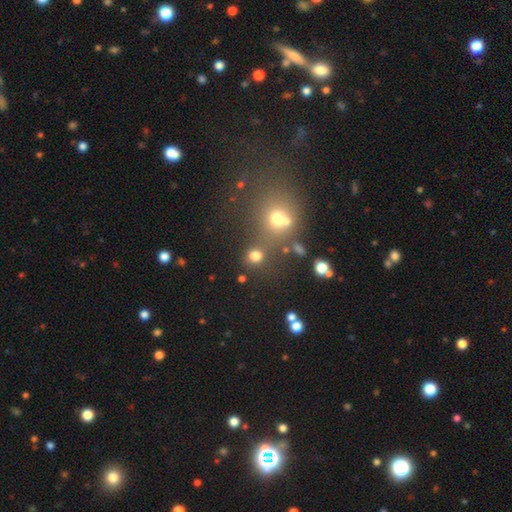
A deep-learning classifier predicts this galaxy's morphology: Overall: smooth (74%). How rounded: round (84%). Merging: none (65%).